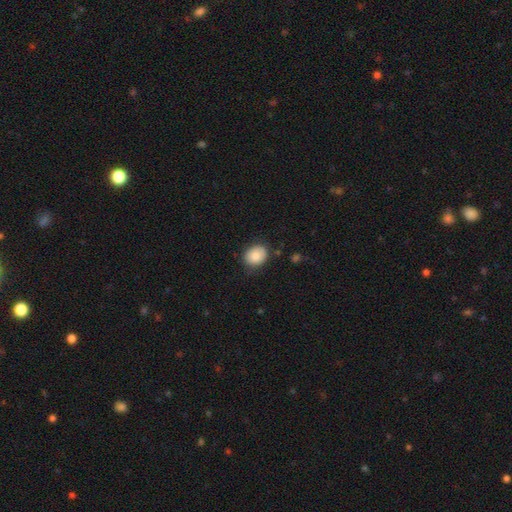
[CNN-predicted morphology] Smooth or featured? smooth (85%)
How rounded? in between (51%)
Merging? none (78%)